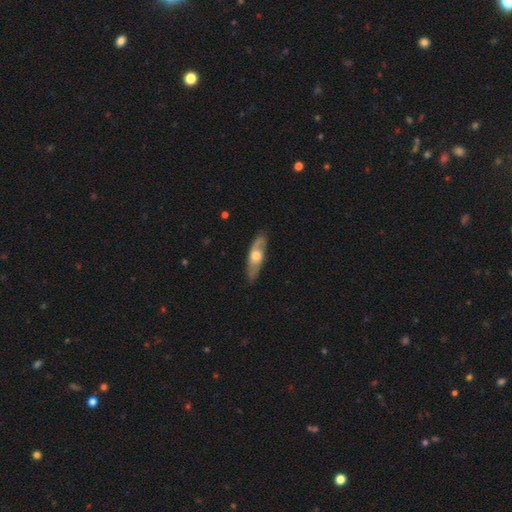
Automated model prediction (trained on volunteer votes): smooth-or-featured: featured or disk: 59% | smooth: 36% | star or artifact: 5%
  disk-edge-on: no: 56% | yes: 44%
  merging: none: 82% | minor disturbance: 14% | major disturbance: 3% | merger: 1%